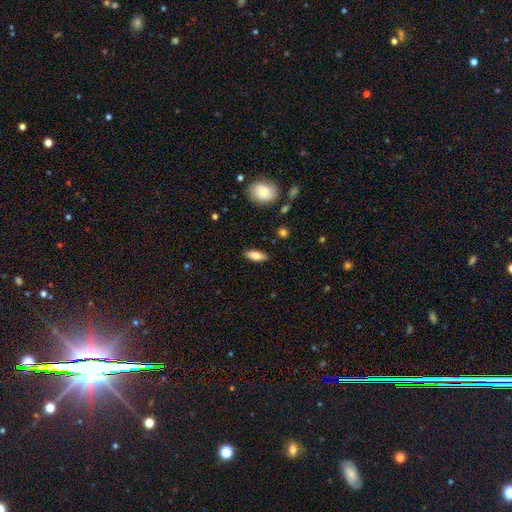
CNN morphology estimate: Overall: smooth (83%). How rounded: in between (78%). Merging: none (87%).